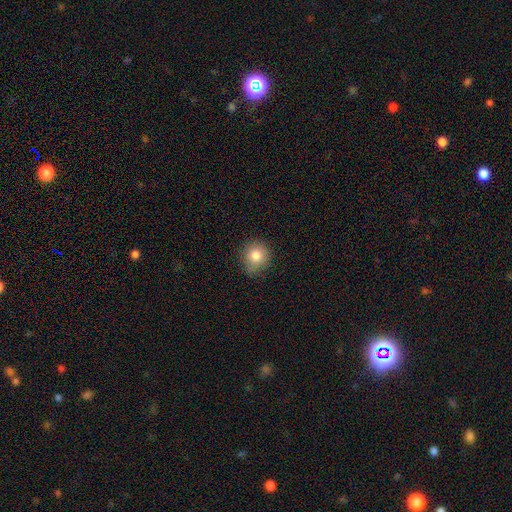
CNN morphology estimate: Smooth or featured? smooth (82%)
How rounded? round (87%)
Merging? none (80%)